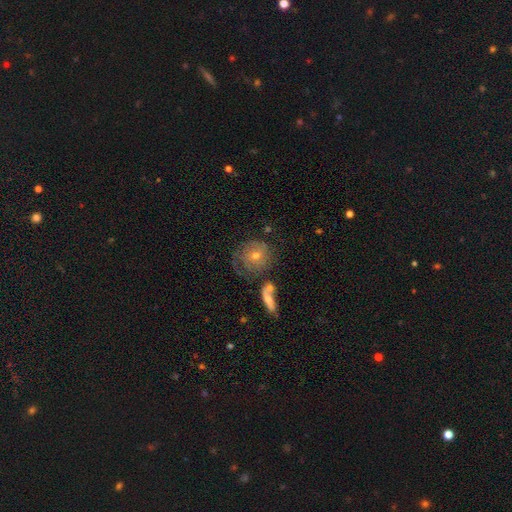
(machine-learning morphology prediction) smooth-or-featured: featured or disk: 66% | smooth: 24% | star or artifact: 10%
  disk-edge-on: no: 95% | yes: 5%
    bar: no: 70% | weak: 25% | strong: 6%
    has-spiral-arms: yes: 80% | no: 20%
    bulge-size: moderate: 52% | small: 43% | large: 2% | none: 2% | dominant: 1%
  merging: none: 56% | minor disturbance: 20% | major disturbance: 14% | merger: 10%